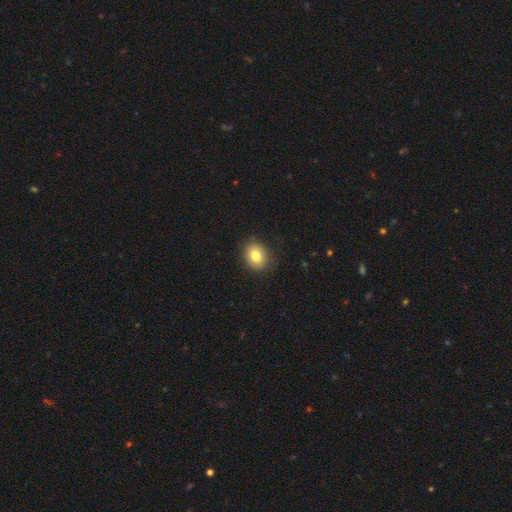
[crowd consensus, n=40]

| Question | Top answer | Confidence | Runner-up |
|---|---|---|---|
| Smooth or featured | smooth | 85% | featured or disk (8%) |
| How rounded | in between | 65% | round (35%) |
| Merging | none | 86% | minor disturbance (14%) |